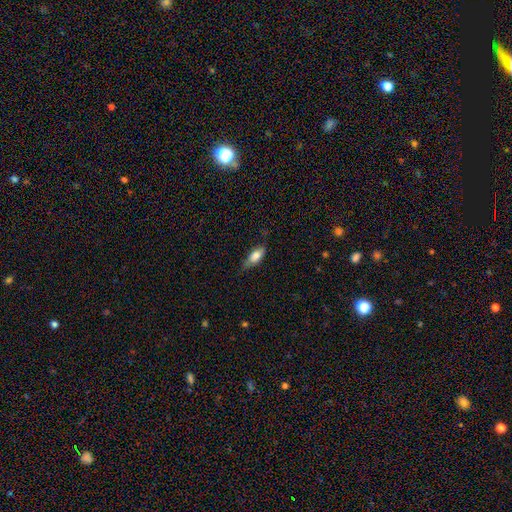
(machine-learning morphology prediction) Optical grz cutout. It shows a smooth galaxy with no disk features (75%) that is in between round and cigar-shaped (78%). Merging: none (59%).